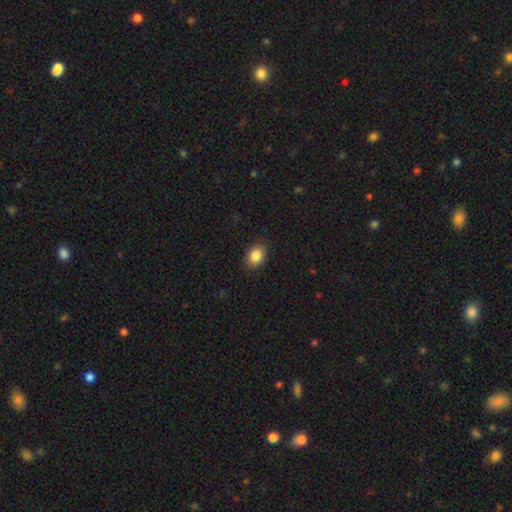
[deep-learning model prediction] smooth 86%, star or artifact 8%, featured or disk 6%. Down the decision tree: how rounded — in between (75%); merging — none (87%).